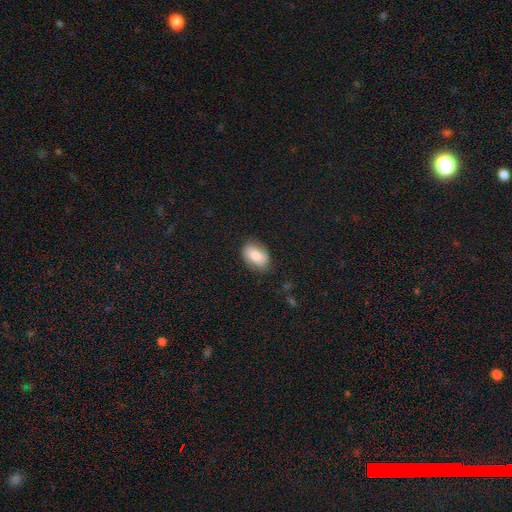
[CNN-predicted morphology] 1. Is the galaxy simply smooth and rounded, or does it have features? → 74% smooth, 18% featured or disk, 8% star or artifact.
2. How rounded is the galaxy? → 80% in between, 19% round, 1% cigar-shaped.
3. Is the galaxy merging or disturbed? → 81% none, 15% minor disturbance, 3% major disturbance, 1% merger.